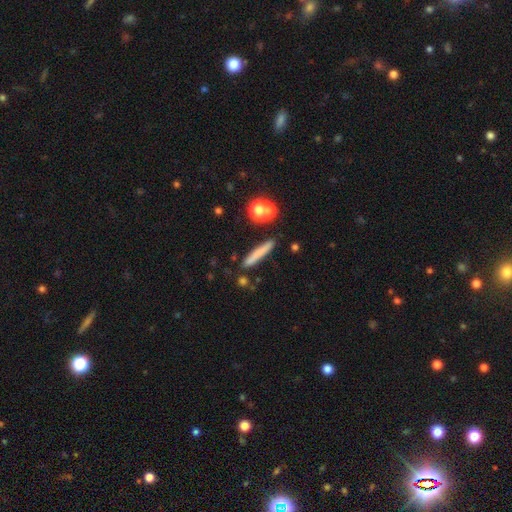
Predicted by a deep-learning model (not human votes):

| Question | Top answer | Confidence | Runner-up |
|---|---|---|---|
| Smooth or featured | smooth | 72% | featured or disk (19%) |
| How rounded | cigar-shaped | 92% | in between (6%) |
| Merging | none | 83% | minor disturbance (9%) |